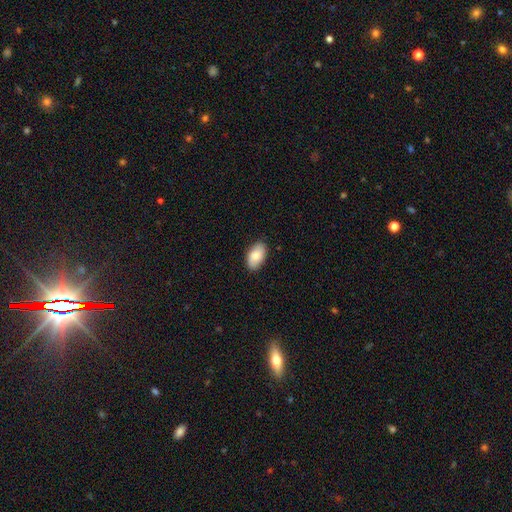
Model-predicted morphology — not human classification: Q: Smooth or featured?
A: smooth (82%); runner-up: featured or disk (12%)
Q: How rounded?
A: in between (94%); runner-up: round (4%)
Q: Merging?
A: none (86%); runner-up: minor disturbance (11%)